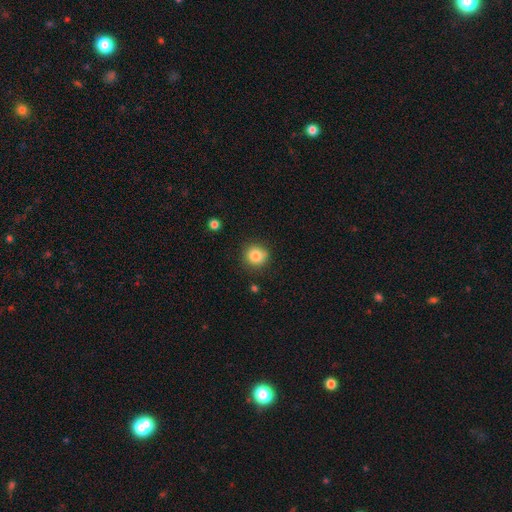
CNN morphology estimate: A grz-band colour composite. It shows a smooth galaxy with no disk features (84%) that is round (91%). Merging: none (84%).